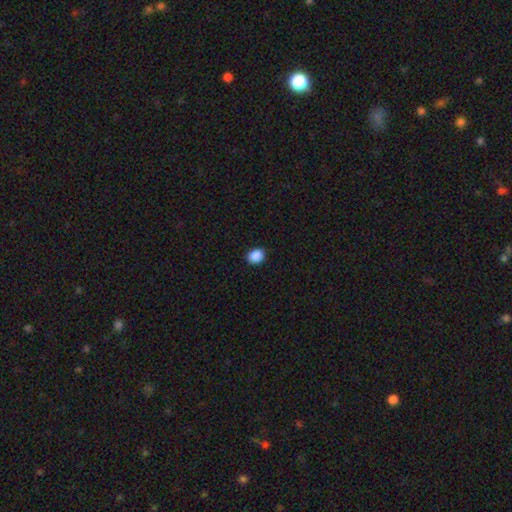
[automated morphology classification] This is clearly a smooth galaxy (89%). How rounded: possibly round (51%). Merging: clearly none (90%).